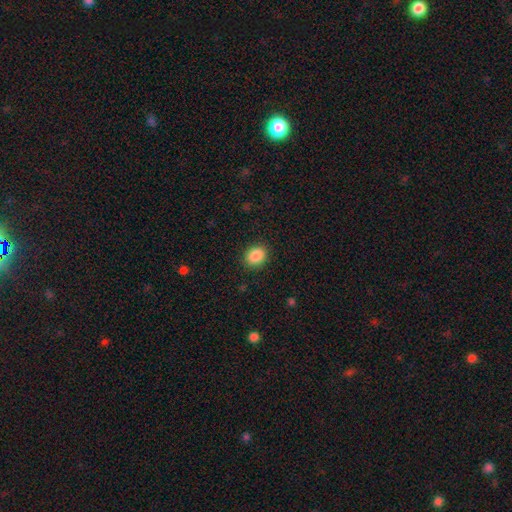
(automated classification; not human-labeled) The model was most divided on "how rounded": round: 55%, in between: 44%, cigar-shaped: 1%. More confident: merging — none (88%); smooth or featured — smooth (88%).